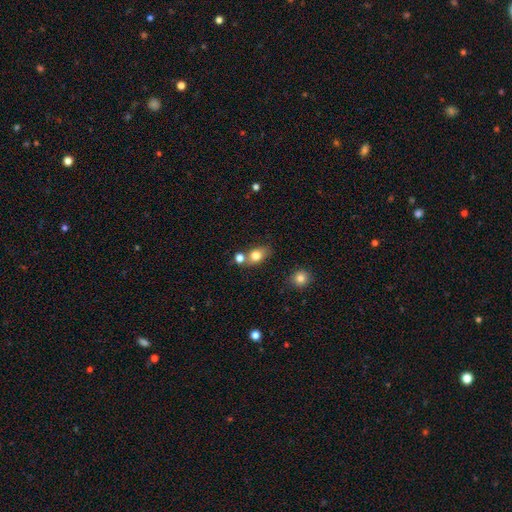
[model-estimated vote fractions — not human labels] A smooth galaxy with no disk features (79%) that is in between round and cigar-shaped (66%).

Vote fractions:
- Smooth or featured? smooth: 79% / featured or disk: 11% / star or artifact: 10%
- How rounded? in between: 66% / round: 31% / cigar-shaped: 2%
- Merging? none: 56% / merger: 27% / minor disturbance: 13% / major disturbance: 4%